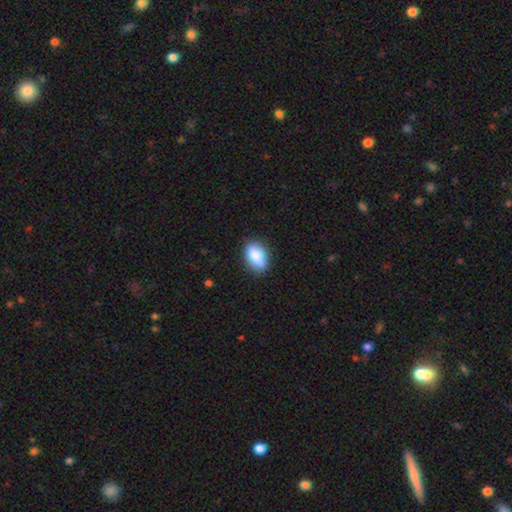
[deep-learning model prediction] Q: Smooth or featured?
A: smooth (86%); runner-up: featured or disk (7%)
Q: How rounded?
A: in between (90%); runner-up: round (7%)
Q: Merging?
A: none (83%); runner-up: minor disturbance (13%)